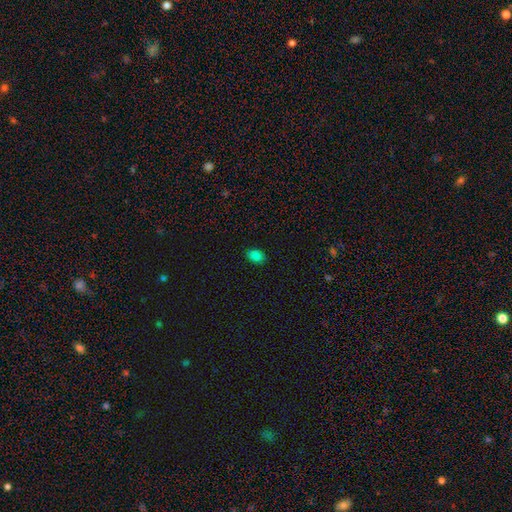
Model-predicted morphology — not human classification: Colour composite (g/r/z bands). It shows a smooth galaxy with no disk features (84%) that is in between round and cigar-shaped (81%). Merging: none (88%).